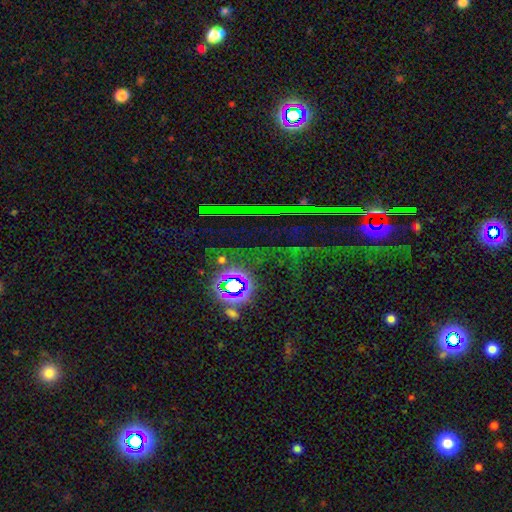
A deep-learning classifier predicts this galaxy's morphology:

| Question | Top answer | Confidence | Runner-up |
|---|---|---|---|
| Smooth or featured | star or artifact | 75% | featured or disk (12%) |